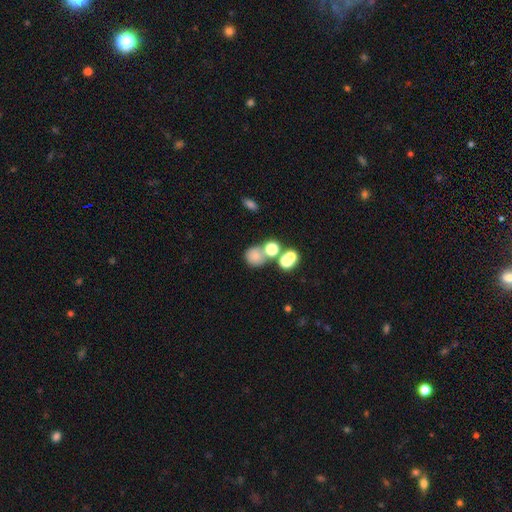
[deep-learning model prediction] This is likely a smooth galaxy (70%). How rounded: likely round (78%). Merging: marginally none (45%).